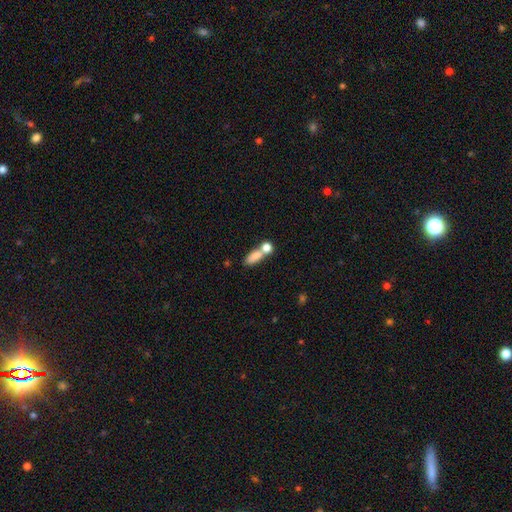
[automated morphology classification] smooth 77%, featured or disk 14%, star or artifact 9%. Down the decision tree: how rounded — in between (59%); merging — merger (44%).